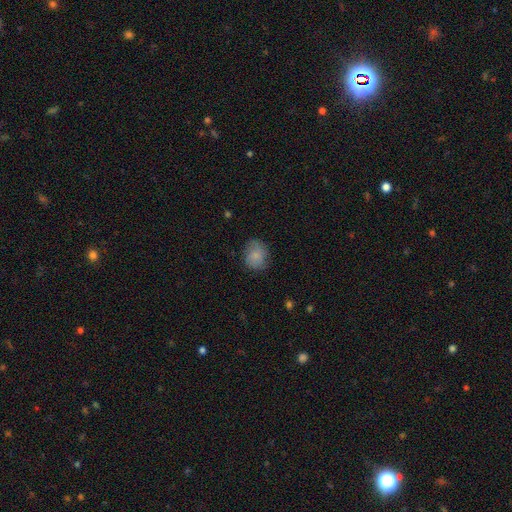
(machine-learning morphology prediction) The model was most divided on "how rounded": round: 60%, in between: 39%, cigar-shaped: 1%. More confident: smooth or featured — smooth (79%); merging — none (72%).